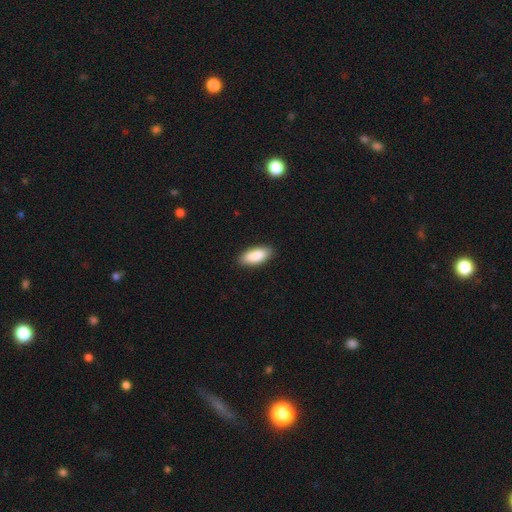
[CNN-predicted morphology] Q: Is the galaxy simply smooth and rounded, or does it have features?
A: smooth — 90%.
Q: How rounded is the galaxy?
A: in between — 86%.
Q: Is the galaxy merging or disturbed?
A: none — 88%.